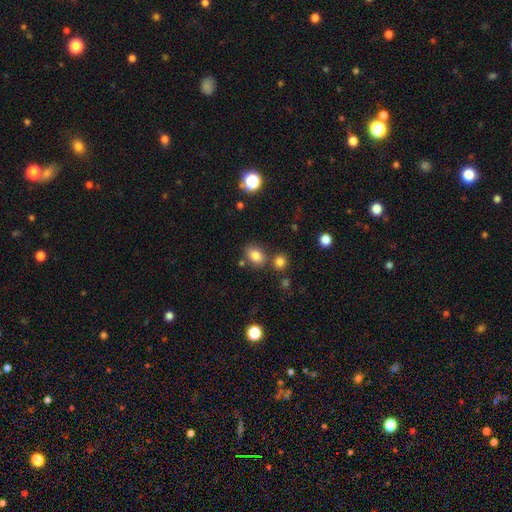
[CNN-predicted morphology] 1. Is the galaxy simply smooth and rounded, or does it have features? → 82% smooth, 12% star or artifact, 7% featured or disk.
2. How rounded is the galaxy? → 71% in between, 27% round, 1% cigar-shaped.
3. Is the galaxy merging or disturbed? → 70% none, 13% merger, 13% minor disturbance, 4% major disturbance.